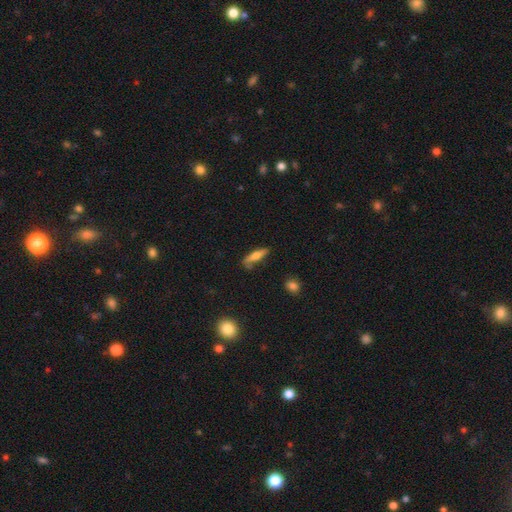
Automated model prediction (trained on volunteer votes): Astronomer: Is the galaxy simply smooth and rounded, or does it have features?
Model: smooth — 63%.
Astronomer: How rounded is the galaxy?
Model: cigar-shaped — 72%.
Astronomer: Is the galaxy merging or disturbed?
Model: none — 67%.